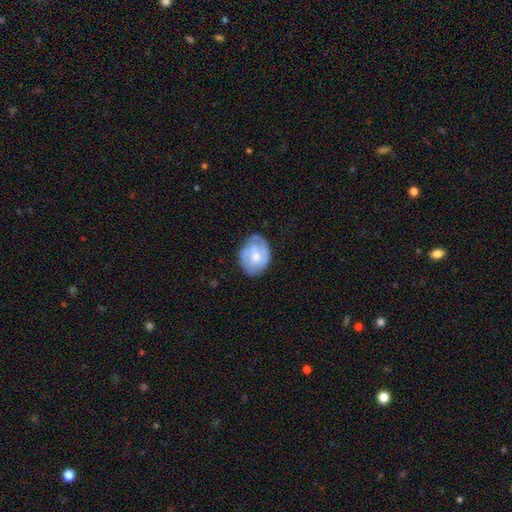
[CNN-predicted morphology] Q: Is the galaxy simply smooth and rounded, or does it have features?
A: featured or disk — 64%.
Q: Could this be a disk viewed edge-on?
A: no — 97%.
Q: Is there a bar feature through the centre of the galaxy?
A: no — 54%.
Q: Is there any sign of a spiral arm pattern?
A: yes — 85%.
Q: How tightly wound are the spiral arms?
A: tight — 46%.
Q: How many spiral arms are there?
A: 2 — 56%.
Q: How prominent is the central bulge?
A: moderate — 55%.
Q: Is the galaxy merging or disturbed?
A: none — 65%.